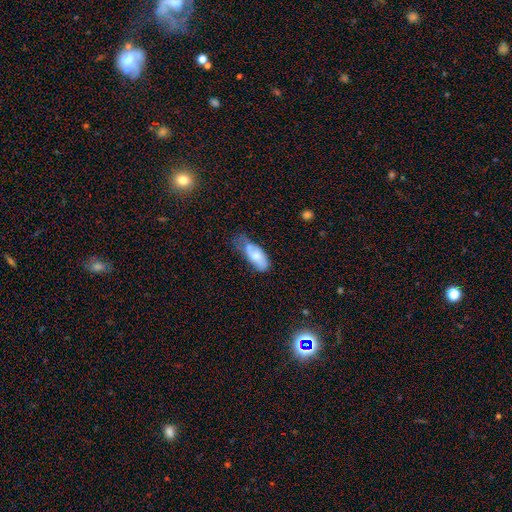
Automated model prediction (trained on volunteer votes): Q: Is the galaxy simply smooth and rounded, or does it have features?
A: smooth — 67%.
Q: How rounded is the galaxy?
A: in between — 84%.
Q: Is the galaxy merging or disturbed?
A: minor disturbance — 42%.